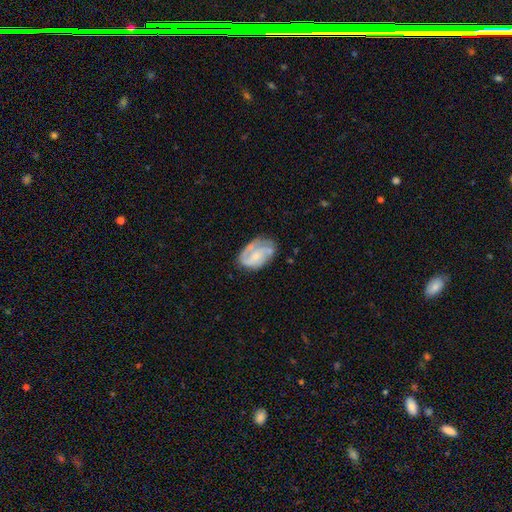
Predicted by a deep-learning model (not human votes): Smooth or featured? featured or disk (66%)
Edge-on disk? no (97%)
Bar? no (60%)
Spiral arms? yes (81%)
Spiral winding? medium (40%)
Spiral arm count? 2 (40%)
Bulge size? small (54%)
Merging? none (53%)